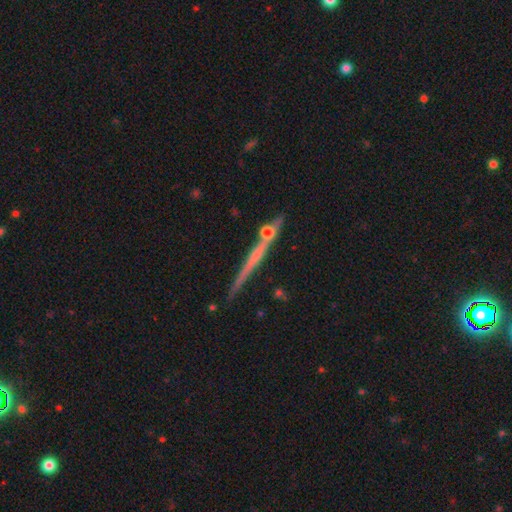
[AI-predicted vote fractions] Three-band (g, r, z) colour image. It shows a featured or disk galaxy (62%) viewed edge-on (96%) with no central bulge (68%). Merging: none (76%).